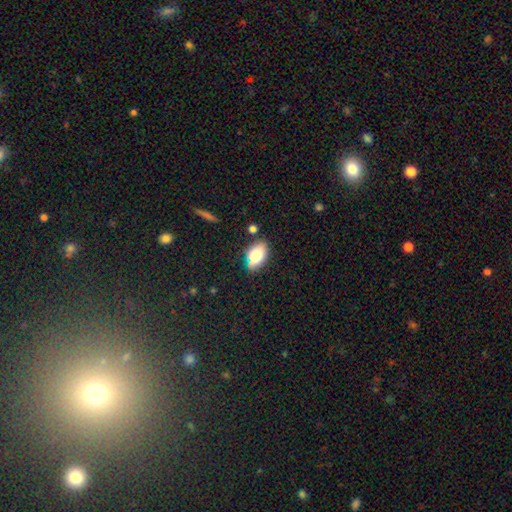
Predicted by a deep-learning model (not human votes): Smooth or featured: smooth — 79% (featured or disk — 13%)
How rounded: in between — 91% (round — 6%)
Merging: none — 78% (minor disturbance — 15%)